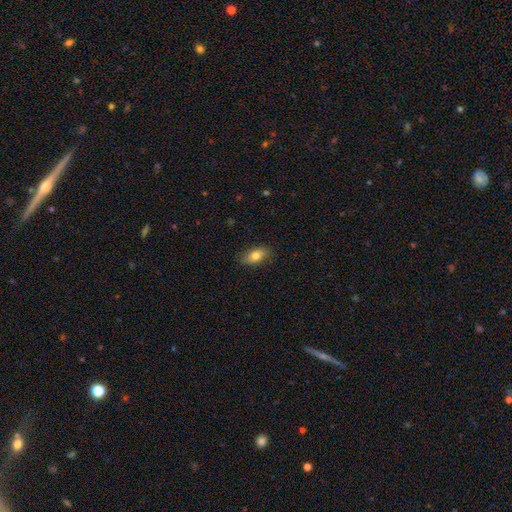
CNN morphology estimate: smooth_or_featured: smooth (p=0.78) [alt: featured or disk p=0.15]
how_rounded: in between (p=0.87) [alt: cigar-shaped p=0.07]
merging: none (p=0.83) [alt: minor disturbance p=0.13]